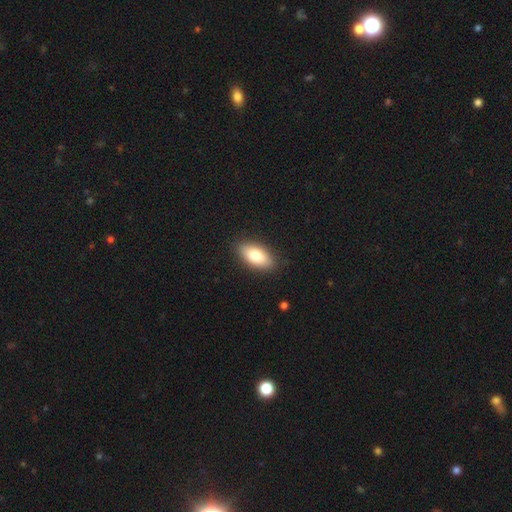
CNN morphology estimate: This is clearly a smooth galaxy (84%). How rounded: clearly in between (90%). Merging: clearly none (87%).